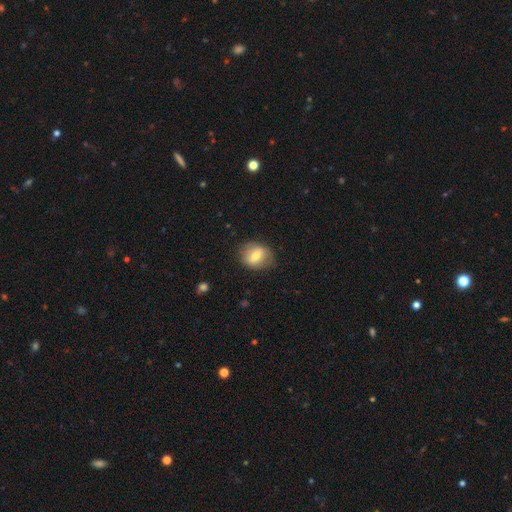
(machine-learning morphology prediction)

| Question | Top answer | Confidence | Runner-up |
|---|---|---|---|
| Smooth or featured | smooth | 63% | featured or disk (29%) |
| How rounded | round | 55% | in between (44%) |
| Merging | none | 77% | minor disturbance (17%) |